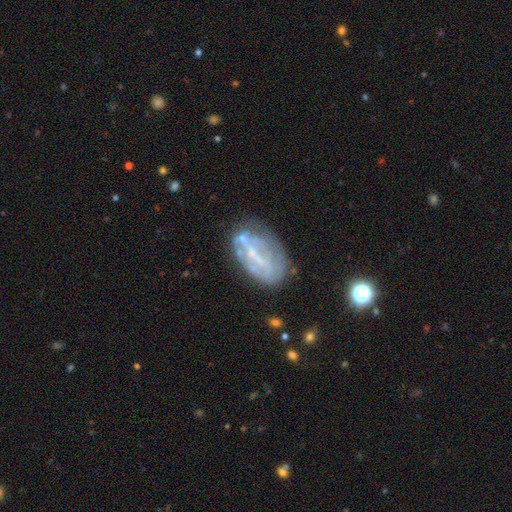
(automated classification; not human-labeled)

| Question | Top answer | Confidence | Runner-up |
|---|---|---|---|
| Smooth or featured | featured or disk | 69% | smooth (21%) |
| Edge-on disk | no | 93% | yes (7%) |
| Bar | strong | 35% | tied: weak (35%) |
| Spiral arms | no | 59% | yes (41%) |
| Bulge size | small | 53% | none (30%) |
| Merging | none | 60% | minor disturbance (22%) |